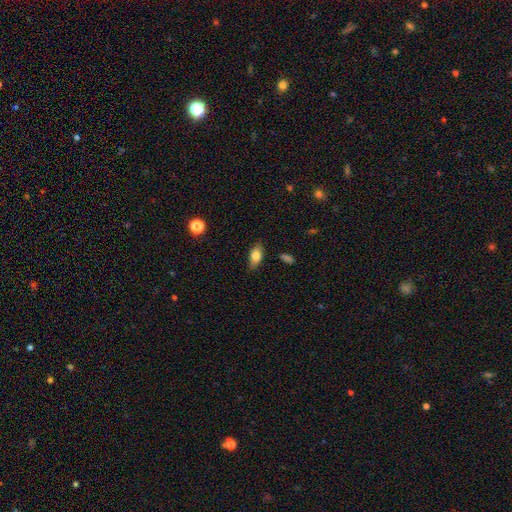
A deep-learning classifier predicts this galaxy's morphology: Q: Smooth or featured?
A: smooth (79%); runner-up: featured or disk (14%)
Q: How rounded?
A: in between (86%); runner-up: cigar-shaped (8%)
Q: Merging?
A: none (84%); runner-up: minor disturbance (12%)